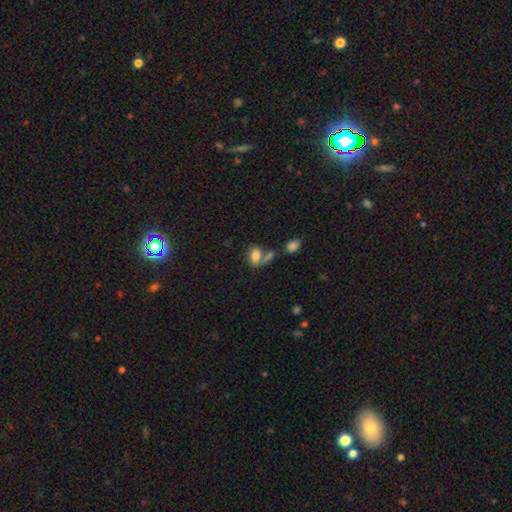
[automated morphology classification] A smooth galaxy with no disk features (76%) that is in between round and cigar-shaped (86%).

Vote fractions:
- Smooth or featured? smooth: 76% / featured or disk: 13% / star or artifact: 11%
- How rounded? in between: 86% / round: 10% / cigar-shaped: 4%
- Merging? merger: 39% / none: 38% / minor disturbance: 13% / major disturbance: 10%